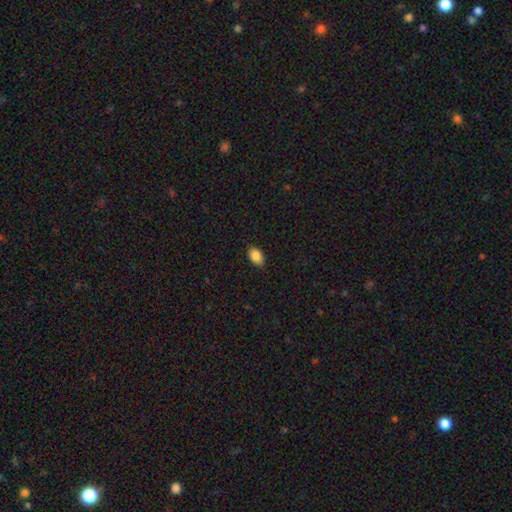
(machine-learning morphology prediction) smooth-or-featured: smooth: 88% | star or artifact: 8% | featured or disk: 5%
  how-rounded: in between: 90% | round: 9% | cigar-shaped: 1%
  merging: none: 88% | minor disturbance: 9% | major disturbance: 2% | merger: 1%